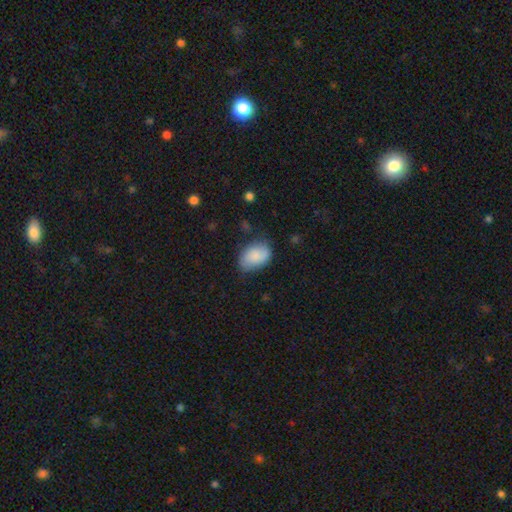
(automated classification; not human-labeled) smooth-or-featured: smooth: 80% | featured or disk: 13% | star or artifact: 7%
  how-rounded: in between: 88% | round: 11% | cigar-shaped: 1%
  merging: none: 68% | minor disturbance: 24% | major disturbance: 6% | merger: 2%